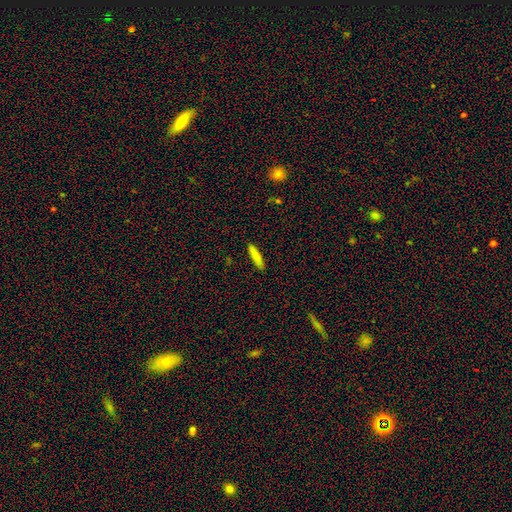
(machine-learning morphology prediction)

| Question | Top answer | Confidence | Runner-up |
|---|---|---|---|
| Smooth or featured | smooth | 83% | featured or disk (10%) |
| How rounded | cigar-shaped | 85% | in between (14%) |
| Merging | none | 89% | minor disturbance (8%) |